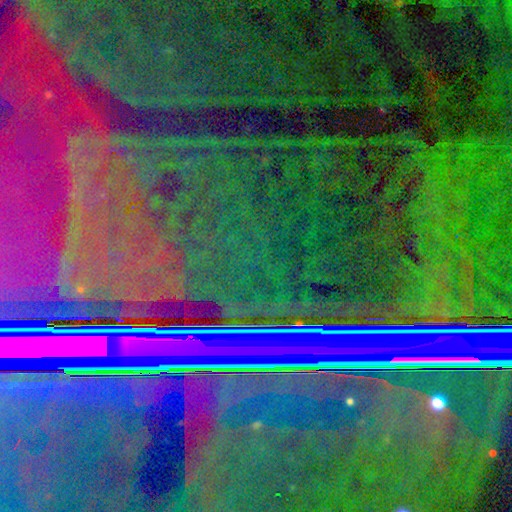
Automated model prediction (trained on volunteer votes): Overall: star or artifact (87%).